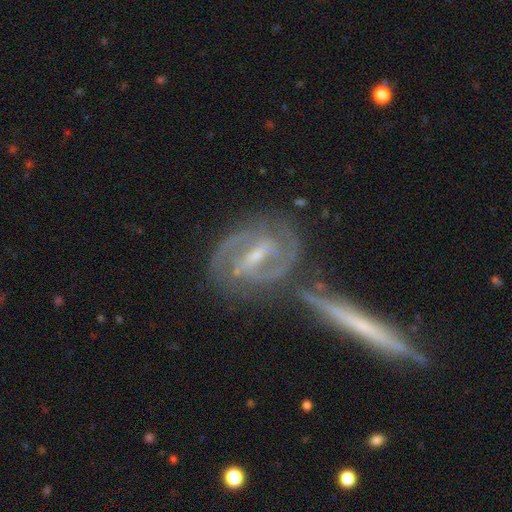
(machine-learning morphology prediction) type=featured or disk (88%); edge-on=no (94%); bar=strong (61%); spiral arms=yes (96%); winding=medium (45%, tied with tight); arm count=2 (79%); bulge=small (61%); merging=none (61%).